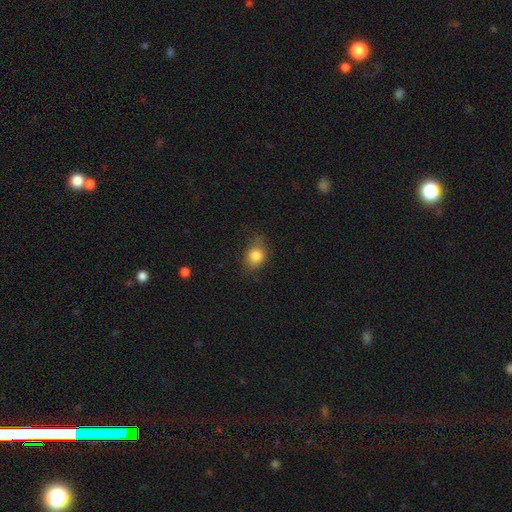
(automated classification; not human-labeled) Smooth or featured? smooth (82%)
How rounded? round (51%)
Merging? none (68%)